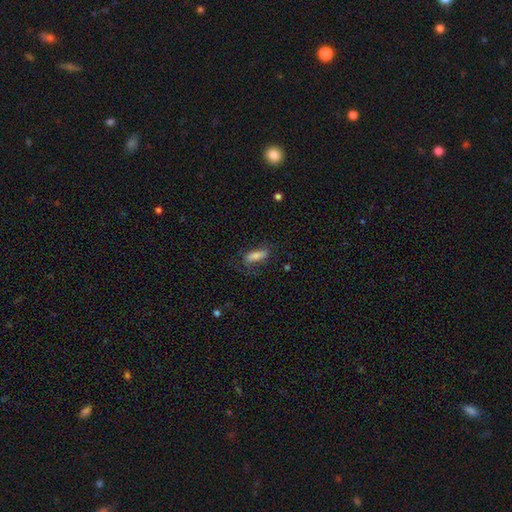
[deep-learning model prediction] Morphology: type=smooth (67%); roundness=in between (52%); merging=none (61%).